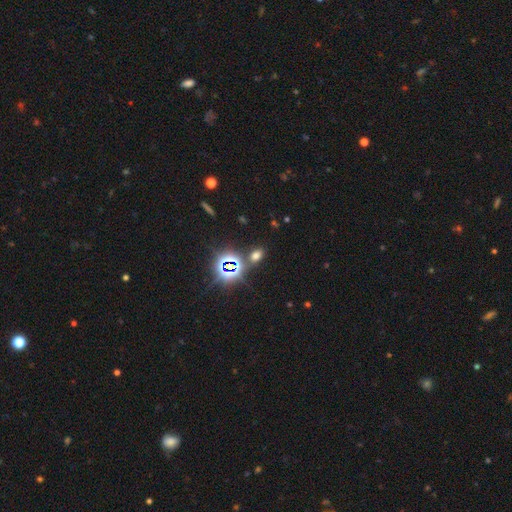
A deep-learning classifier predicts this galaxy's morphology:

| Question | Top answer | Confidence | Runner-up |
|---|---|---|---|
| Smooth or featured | smooth | 52% | star or artifact (41%) |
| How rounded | in between | 76% | round (21%) |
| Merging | none | 81% | minor disturbance (9%) |